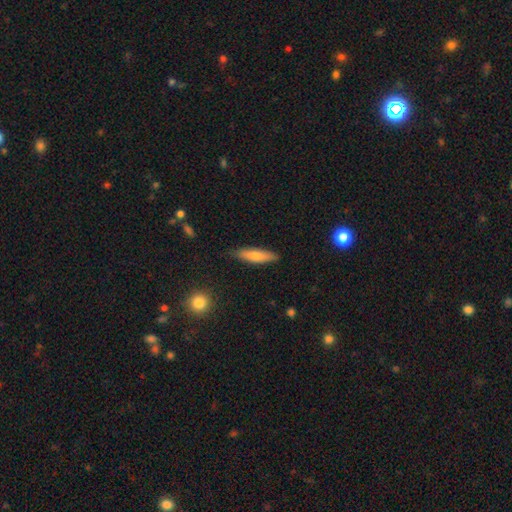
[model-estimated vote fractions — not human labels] Morphology: type=smooth (73%); roundness=cigar-shaped (70%); merging=none (85%).